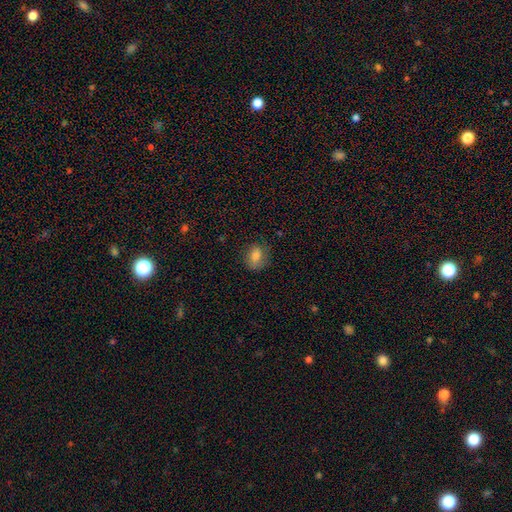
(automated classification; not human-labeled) smooth_or_featured: smooth (p=0.77) [alt: featured or disk p=0.13]
how_rounded: in between (p=0.55) [alt: round p=0.43]
merging: none (p=0.75) [alt: minor disturbance p=0.18]